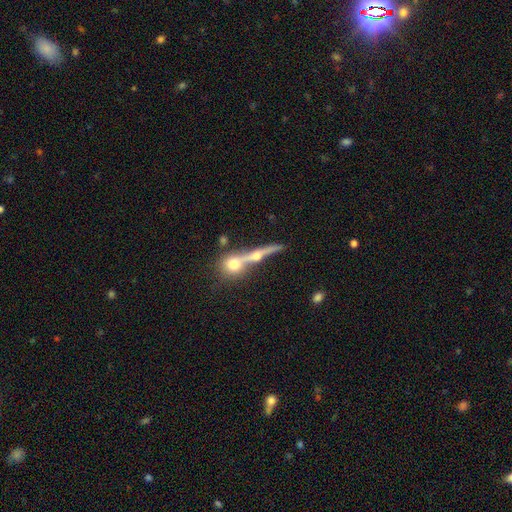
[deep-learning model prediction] smooth 46%, featured or disk 38%, star or artifact 16%. Down the decision tree: merging — merger (45%).